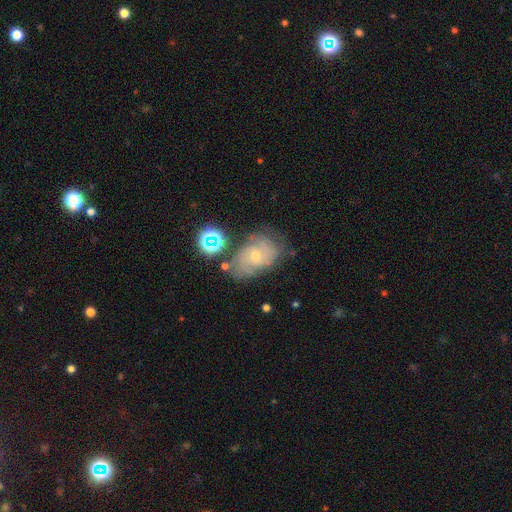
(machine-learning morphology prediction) The model was most divided on "spiral winding": tight: 53%, medium: 35%, loose: 12%. Remaining: edge-on disk — no (96%); spiral arms — yes (88%); bar — no (72%); smooth or featured — featured or disk (66%); bulge size — small (66%); merging — none (58%); spiral arm count — can't tell (45%).